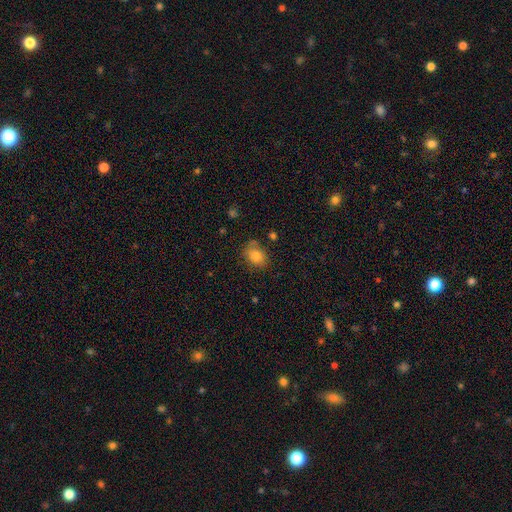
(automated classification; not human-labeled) Smooth or featured? smooth (81%)
How rounded? in between (61%)
Merging? none (72%)